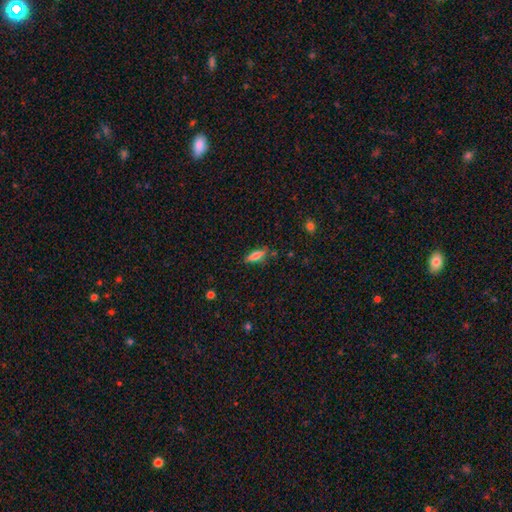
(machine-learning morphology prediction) A smooth galaxy with no disk features (66%) that is cigar-shaped (54%).

Vote fractions:
- Smooth or featured? smooth: 66% / featured or disk: 26% / star or artifact: 8%
- How rounded? cigar-shaped: 54% / in between: 44% / round: 2%
- Merging? none: 79% / minor disturbance: 15% / major disturbance: 3% / merger: 3%